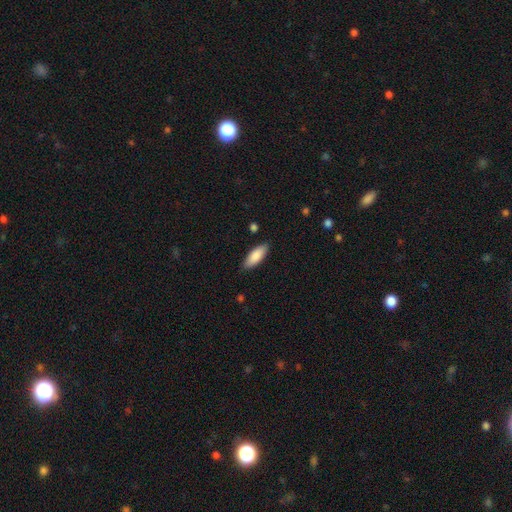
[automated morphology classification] Smooth or featured?
  - smooth: 86% *
  - featured or disk: 8%
  - star or artifact: 6%
How rounded?
  - in between: 72% *
  - cigar-shaped: 26%
  - round: 2%
Merging?
  - none: 86% *
  - minor disturbance: 11%
  - major disturbance: 2%
  - merger: 1%